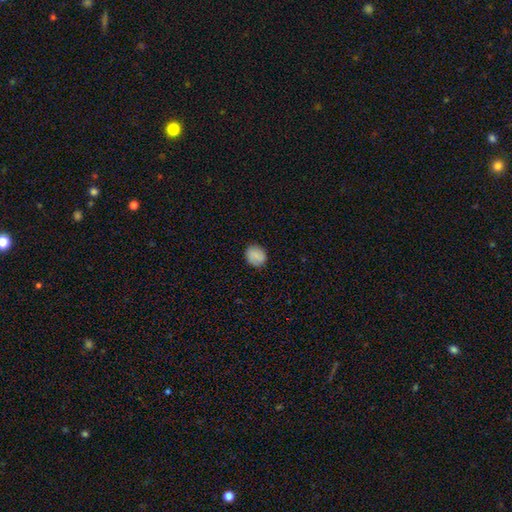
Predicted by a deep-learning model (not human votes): A smooth galaxy with no disk features (84%) that is round (74%).

Vote fractions:
- Smooth or featured? smooth: 84% / star or artifact: 8% / featured or disk: 8%
- How rounded? round: 74% / in between: 25% / cigar-shaped: 1%
- Merging? none: 87% / minor disturbance: 10% / major disturbance: 3% / merger: 1%